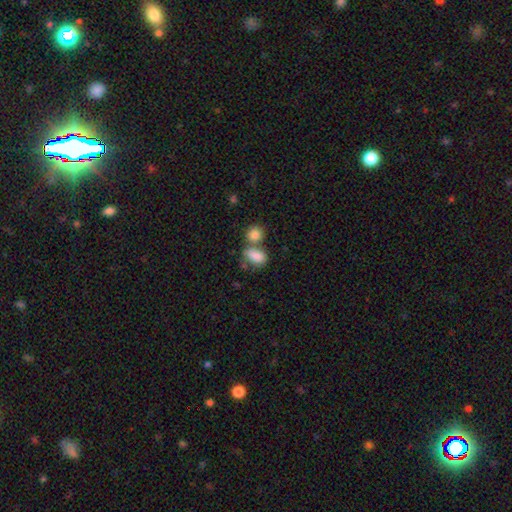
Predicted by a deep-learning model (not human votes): A smooth galaxy with no disk features (84%) that is in between round and cigar-shaped (82%).

Vote fractions:
- Smooth or featured? smooth: 84% / featured or disk: 8% / star or artifact: 8%
- How rounded? in between: 82% / round: 15% / cigar-shaped: 2%
- Merging? merger: 48% / none: 34% / minor disturbance: 12% / major disturbance: 6%